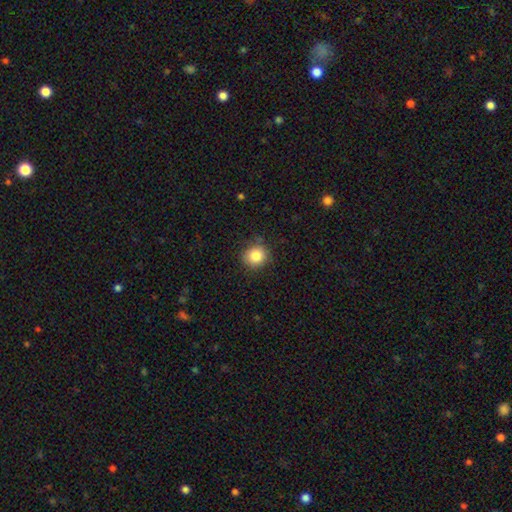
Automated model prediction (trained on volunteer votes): Smooth or featured? smooth (83%)
How rounded? round (87%)
Merging? none (85%)